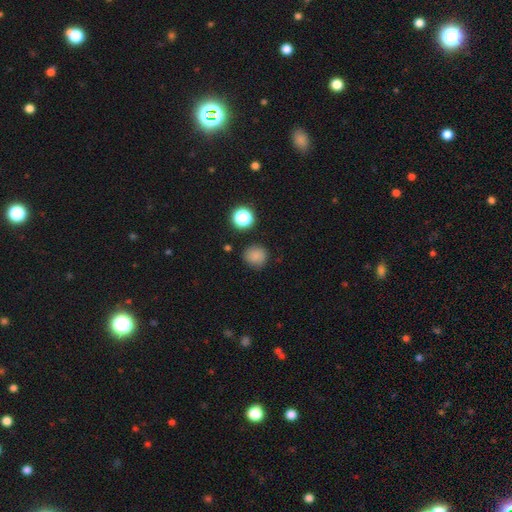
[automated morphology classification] The model was most divided on "smooth or featured": smooth: 80%, star or artifact: 15%, featured or disk: 6%. More confident: how rounded — round (88%); merging — none (81%).